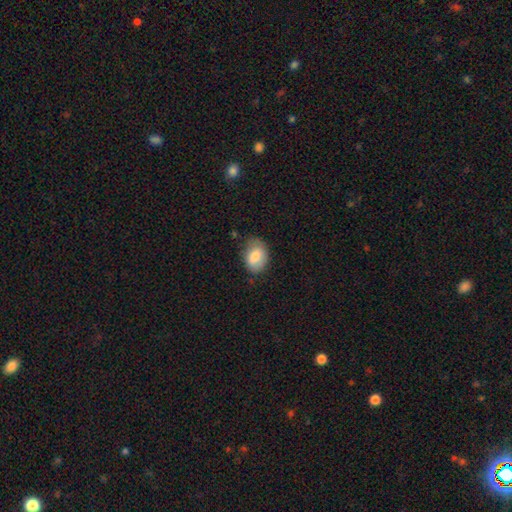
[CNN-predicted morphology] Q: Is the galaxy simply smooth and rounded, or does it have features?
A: smooth — 80%.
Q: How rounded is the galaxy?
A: in between — 81%.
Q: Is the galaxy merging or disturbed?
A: none — 66%.